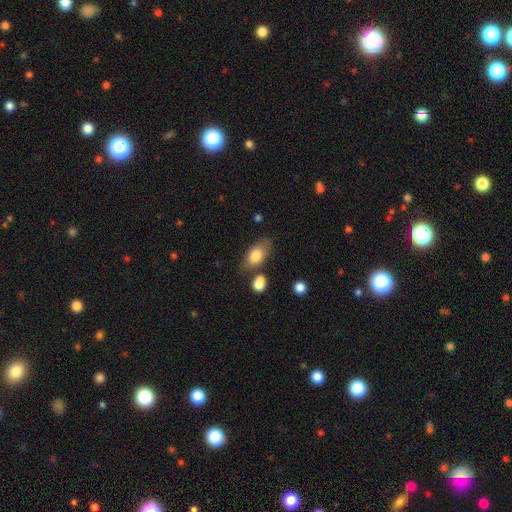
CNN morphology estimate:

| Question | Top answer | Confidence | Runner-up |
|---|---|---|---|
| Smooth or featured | smooth | 79% | featured or disk (14%) |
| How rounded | in between | 87% | round (9%) |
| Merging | none | 65% | minor disturbance (18%) |